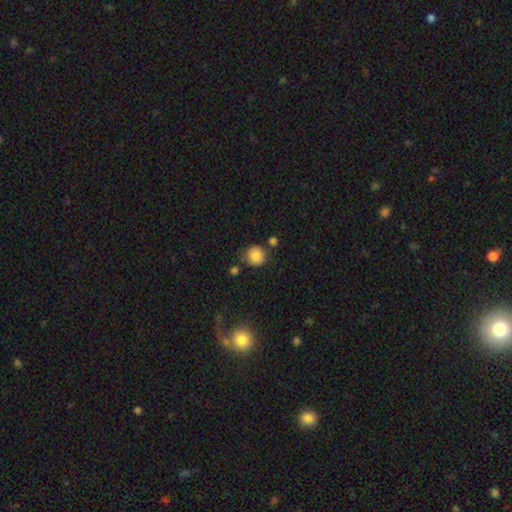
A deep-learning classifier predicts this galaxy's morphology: Smooth or featured? Predicted: smooth (p=0.85). How rounded? Predicted: round (p=0.91). Merging? Predicted: none (p=0.76).